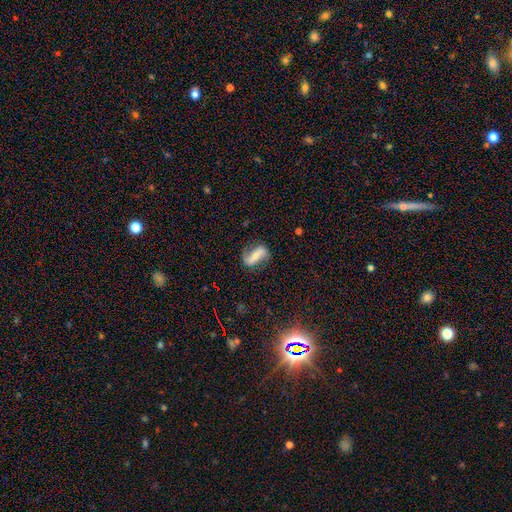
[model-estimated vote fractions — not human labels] A featured or disk galaxy (67%) with a strong bar (59%), 2 (88%) loose (64%) spiral arms (86%) and a small central bulge (40%). Merging: none (73%).